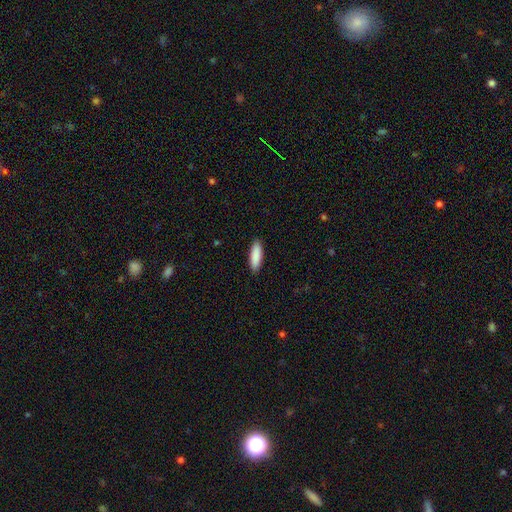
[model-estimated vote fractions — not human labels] smooth_or_featured: smooth (p=0.90) [alt: star or artifact p=0.05]
how_rounded: in between (p=0.52) [alt: cigar-shaped p=0.47]
merging: none (p=0.90) [alt: minor disturbance p=0.08]